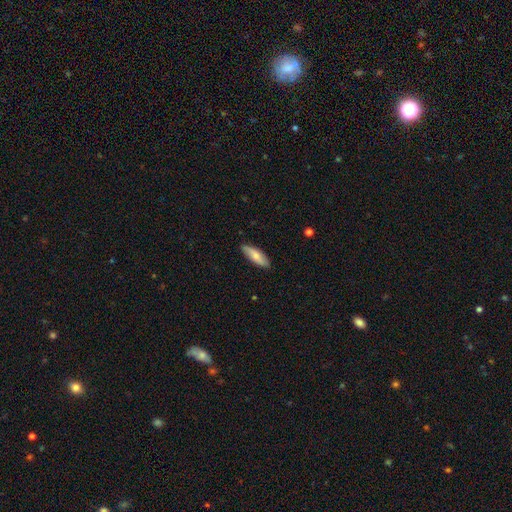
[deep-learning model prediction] Smooth or featured?
  - smooth: 74% *
  - featured or disk: 20%
  - star or artifact: 6%
How rounded?
  - in between: 54% *
  - cigar-shaped: 44%
  - round: 2%
Merging?
  - none: 85% *
  - minor disturbance: 12%
  - major disturbance: 2%
  - merger: 1%